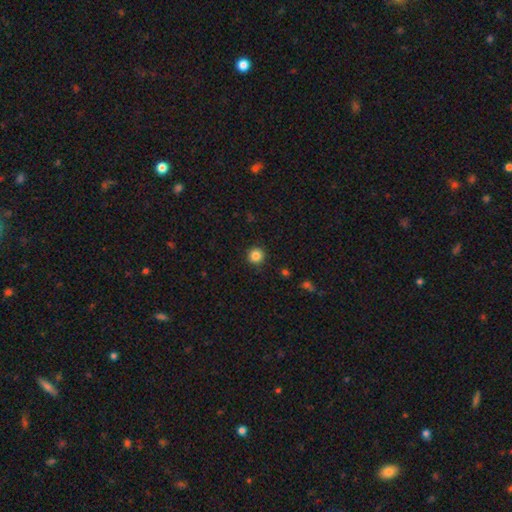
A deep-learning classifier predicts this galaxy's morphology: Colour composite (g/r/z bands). It shows a smooth galaxy with no disk features (85%) that is round (95%). Merging: none (92%).